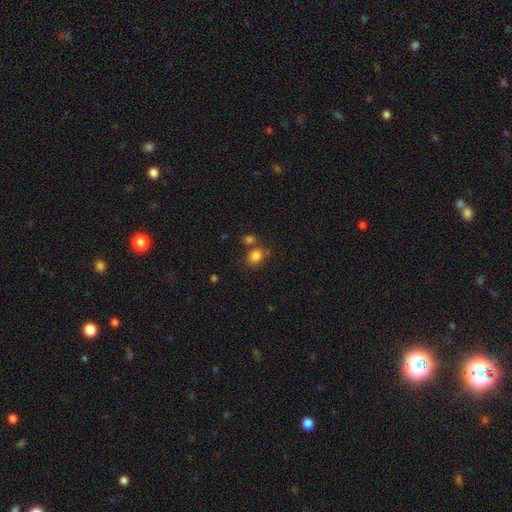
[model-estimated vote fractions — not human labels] A smooth galaxy with no disk features (83%) that is round (55%). Merging: none (62%).